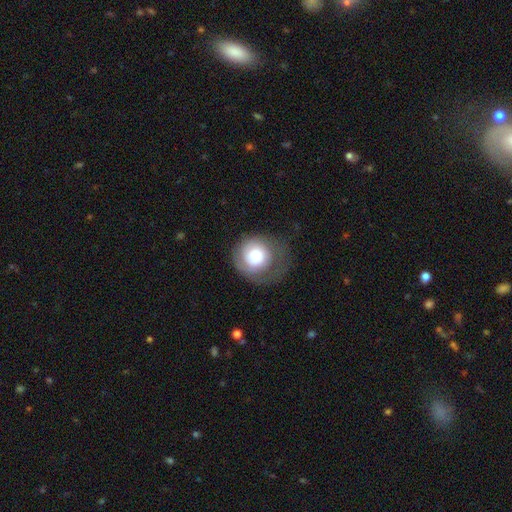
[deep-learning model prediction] A smooth galaxy with no disk features (64%) that is round (85%). Merging: none (44%).